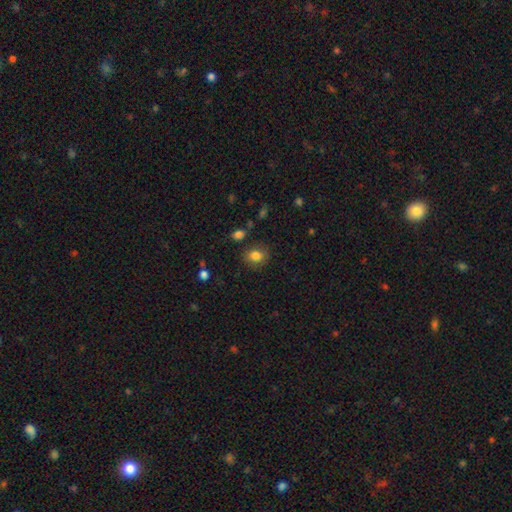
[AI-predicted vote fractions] smooth-or-featured: smooth: 83% | star or artifact: 10% | featured or disk: 7%
  how-rounded: round: 59% | in between: 40% | cigar-shaped: 1%
  merging: none: 81% | minor disturbance: 12% | major disturbance: 4% | merger: 3%